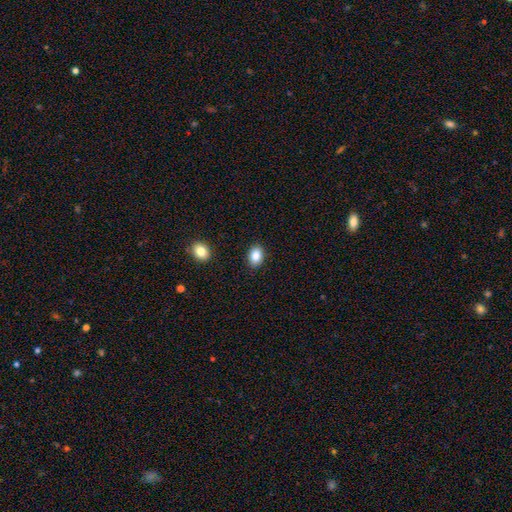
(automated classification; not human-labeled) A smooth galaxy with no disk features (87%) that is in between round and cigar-shaped (82%).

Vote fractions:
- Smooth or featured? smooth: 87% / star or artifact: 8% / featured or disk: 4%
- How rounded? in between: 82% / round: 17% / cigar-shaped: 1%
- Merging? none: 88% / minor disturbance: 8% / major disturbance: 2% / merger: 2%